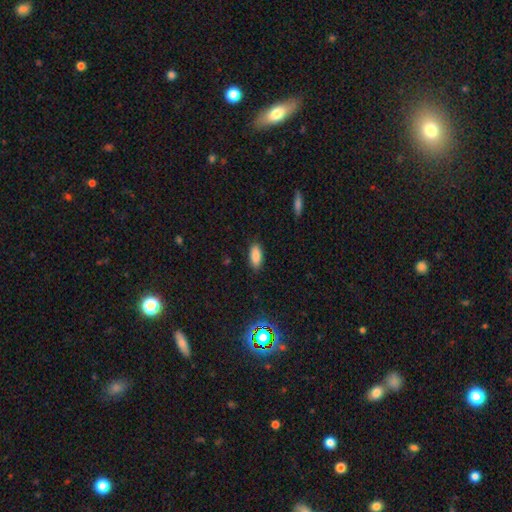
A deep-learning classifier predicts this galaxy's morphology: Q: Smooth or featured?
A: smooth (86%); runner-up: star or artifact (9%)
Q: How rounded?
A: in between (84%); runner-up: cigar-shaped (13%)
Q: Merging?
A: none (86%); runner-up: minor disturbance (10%)